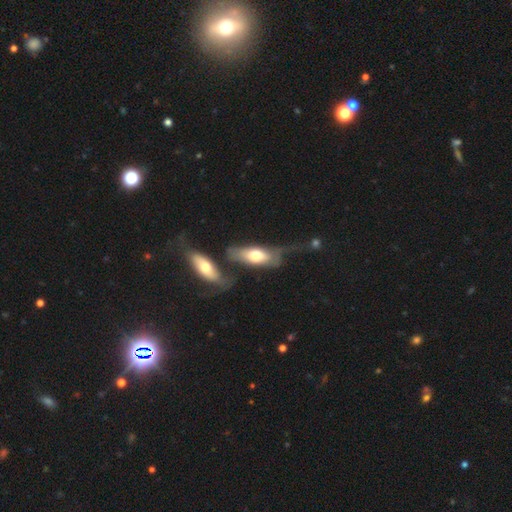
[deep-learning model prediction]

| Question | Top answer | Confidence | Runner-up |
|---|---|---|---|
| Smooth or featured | smooth | 58% | featured or disk (36%) |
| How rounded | in between | 80% | cigar-shaped (18%) |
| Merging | none | 29% | merger (27%) |